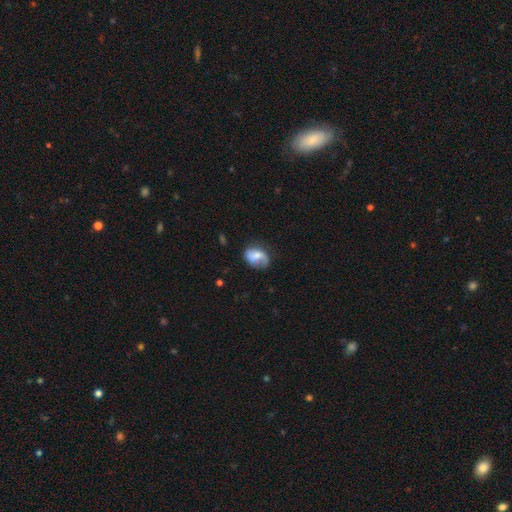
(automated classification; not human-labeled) Smooth or featured? Predicted: smooth (p=0.47). Merging? Predicted: none (p=0.52).